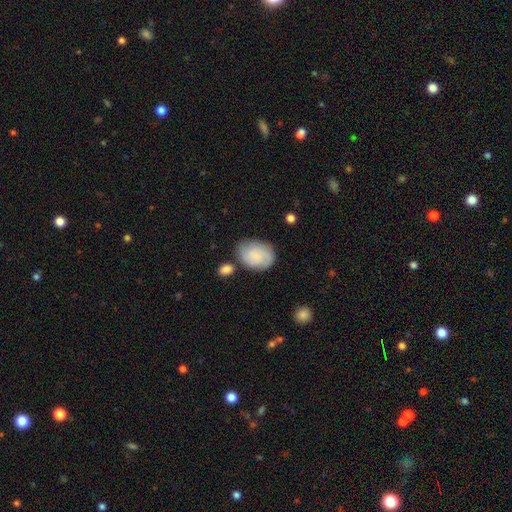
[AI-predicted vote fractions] This is likely a smooth galaxy (63%). How rounded: likely in between (65%). Merging: likely none (68%).